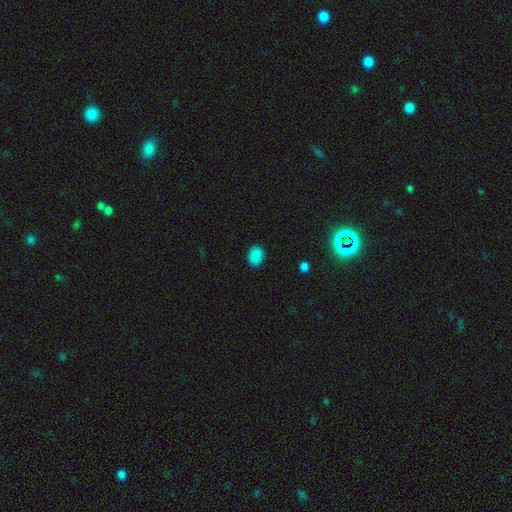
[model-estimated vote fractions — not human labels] Smooth or featured? smooth (87%)
How rounded? in between (69%)
Merging? none (87%)